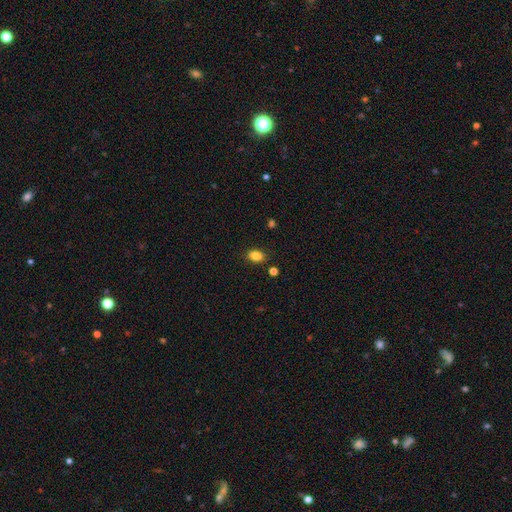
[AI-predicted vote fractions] This appears to be a smooth galaxy with no disk features (84%) that is in between round and cigar-shaped (74%). Merging: none (85%).